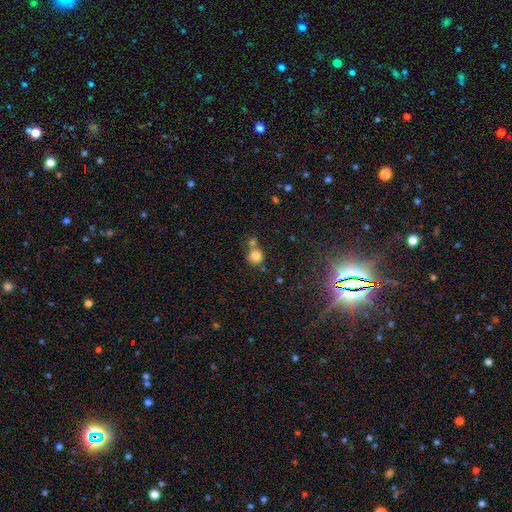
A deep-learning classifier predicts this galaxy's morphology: Smooth or featured?
  - smooth: 80% *
  - star or artifact: 12%
  - featured or disk: 8%
How rounded?
  - round: 83% *
  - in between: 16%
  - cigar-shaped: 1%
Merging?
  - none: 51% *
  - merger: 31%
  - minor disturbance: 13%
  - major disturbance: 5%